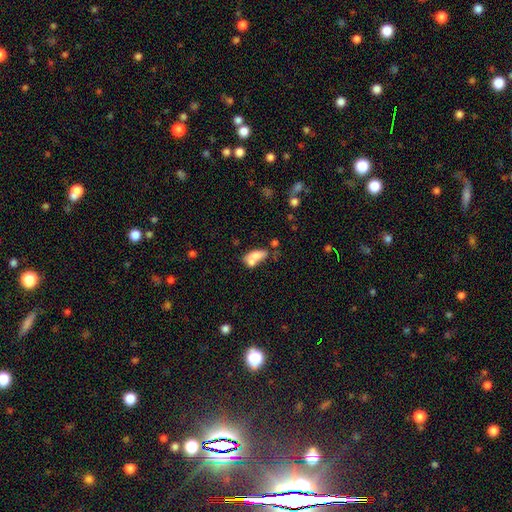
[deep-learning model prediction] Morphology: type=smooth (69%); roundness=in between (82%); merging=merger (52%).